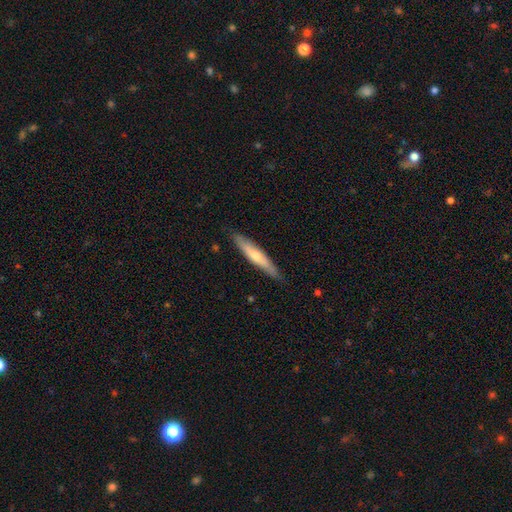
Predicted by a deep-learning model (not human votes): A smooth galaxy with no disk features (49%). Merging: none (86%).